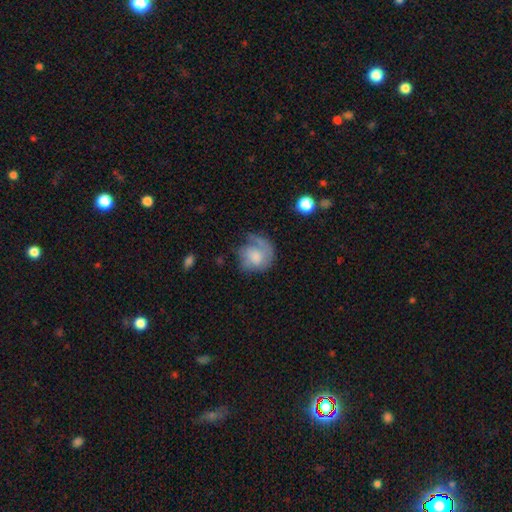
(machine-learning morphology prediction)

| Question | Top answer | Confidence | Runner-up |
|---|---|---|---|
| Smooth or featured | featured or disk | 49% | smooth (43%) |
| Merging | none | 45% | major disturbance (28%) |